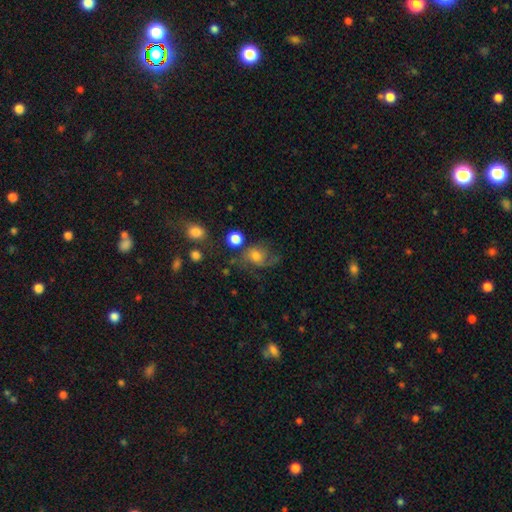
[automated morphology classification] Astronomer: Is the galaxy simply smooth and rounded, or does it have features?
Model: smooth — 50% (runner-up: featured or disk, 37%).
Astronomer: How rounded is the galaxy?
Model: round — 62% (runner-up: in between, 37%).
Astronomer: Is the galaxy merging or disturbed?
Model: none — 43% (runner-up: major disturbance, 28%).